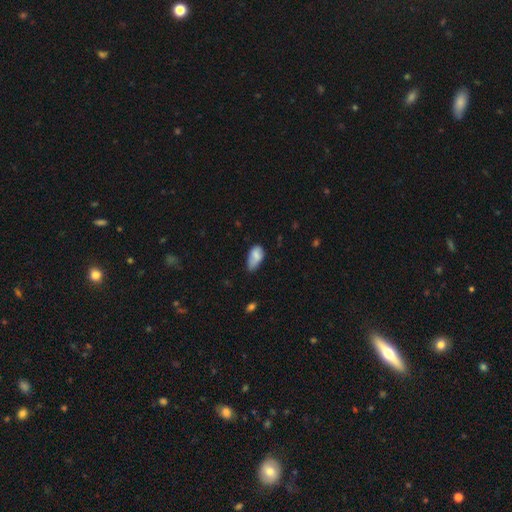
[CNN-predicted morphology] smooth-or-featured: smooth: 78% | featured or disk: 14% | star or artifact: 8%
  how-rounded: in between: 92% | round: 5% | cigar-shaped: 3%
  merging: minor disturbance: 43% | none: 38% | major disturbance: 13% | merger: 6%